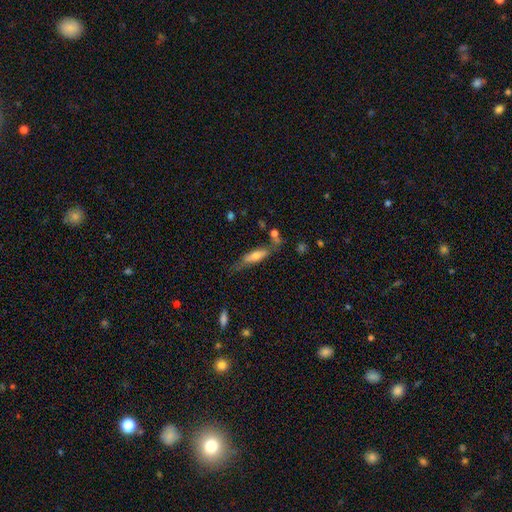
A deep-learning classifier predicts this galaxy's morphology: The model was most divided on "how rounded": cigar-shaped: 59%, in between: 39%, round: 2%. More confident: smooth or featured — smooth (59%); merging — none (53%).